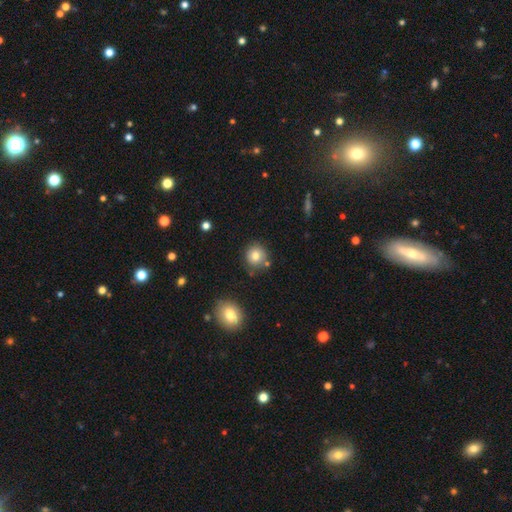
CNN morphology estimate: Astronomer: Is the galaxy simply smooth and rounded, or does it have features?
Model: smooth — 78%.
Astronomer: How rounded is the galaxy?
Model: round — 90%.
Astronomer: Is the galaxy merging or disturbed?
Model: none — 79%.